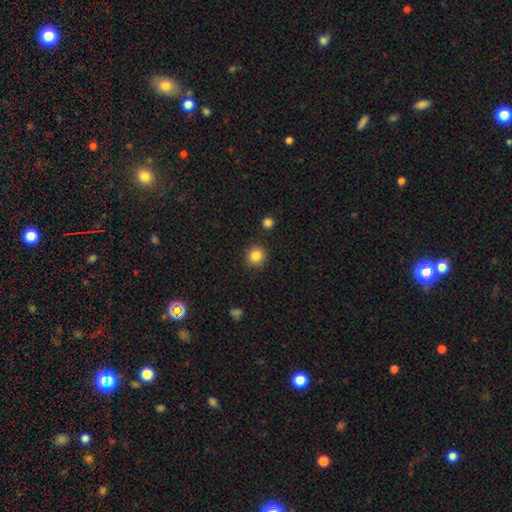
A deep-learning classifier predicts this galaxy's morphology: Smooth or featured? Predicted: smooth (p=0.85). How rounded? Predicted: round (p=0.92). Merging? Predicted: none (p=0.90).